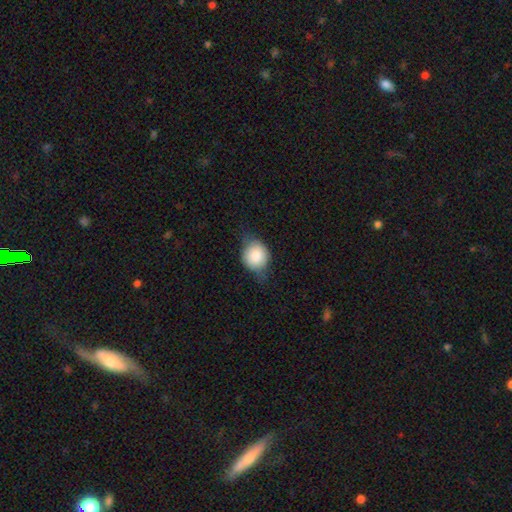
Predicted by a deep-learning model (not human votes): Smooth or featured? Predicted: smooth (p=0.72). How rounded? Predicted: round (p=0.71). Merging? Predicted: none (p=0.52).